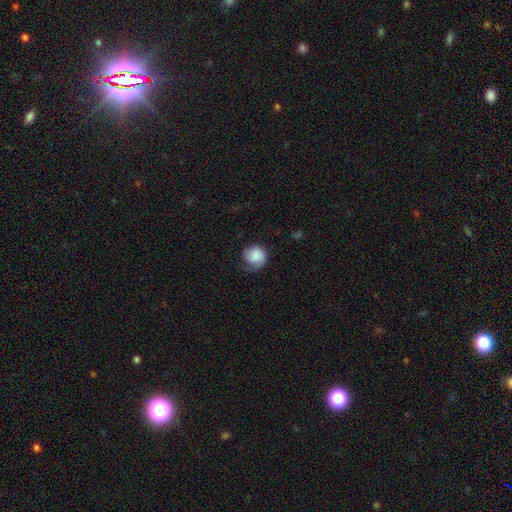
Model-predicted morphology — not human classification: smooth 69%, featured or disk 25%, star or artifact 7%. Down the decision tree: how rounded — round (81%); merging — none (49%).